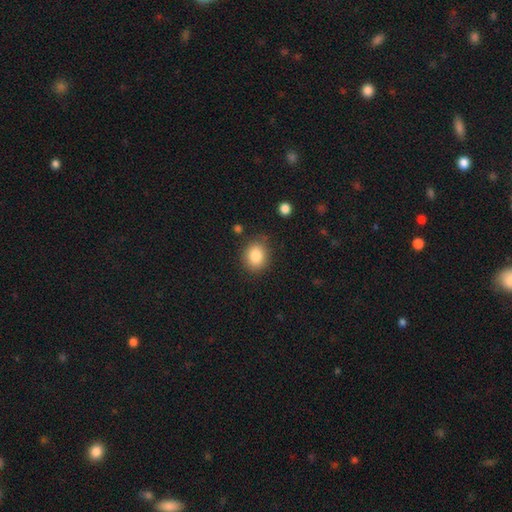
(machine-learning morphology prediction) Smooth or featured? Predicted: smooth (p=0.84). How rounded? Predicted: round (p=0.64). Merging? Predicted: none (p=0.82).